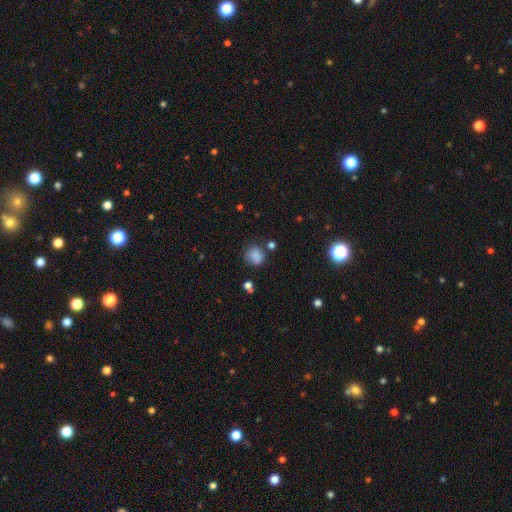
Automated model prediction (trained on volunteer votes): smooth 79%, star or artifact 13%, featured or disk 8%. Down the decision tree: how rounded — round (80%); merging — none (64%).